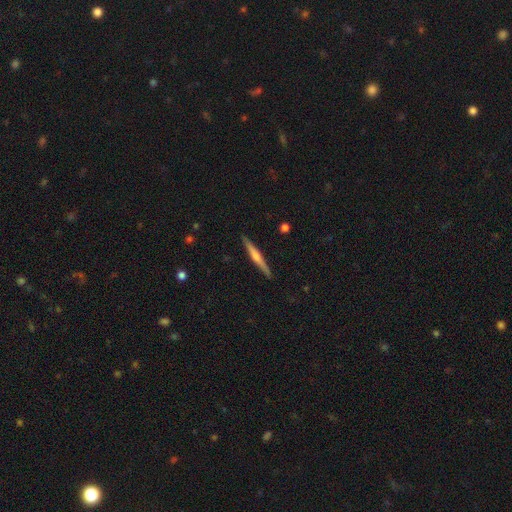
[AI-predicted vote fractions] smooth-or-featured: featured or disk: 65% | smooth: 30% | star or artifact: 6%
  disk-edge-on: yes: 98% | no: 2%
    edge-on-bulge: rounded: 71% | none: 19% | boxy: 10%
  merging: none: 92% | minor disturbance: 6% | major disturbance: 1% | merger: 1%